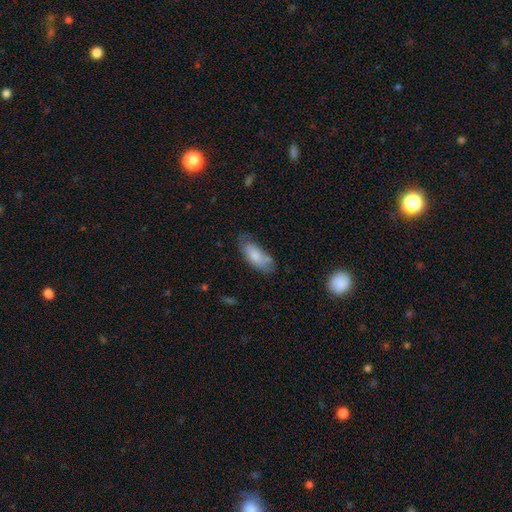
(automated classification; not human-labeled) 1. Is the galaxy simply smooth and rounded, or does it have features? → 80% smooth, 13% featured or disk, 6% star or artifact.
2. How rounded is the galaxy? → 82% in between, 16% cigar-shaped, 2% round.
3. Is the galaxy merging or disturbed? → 59% none, 30% minor disturbance, 8% major disturbance, 3% merger.